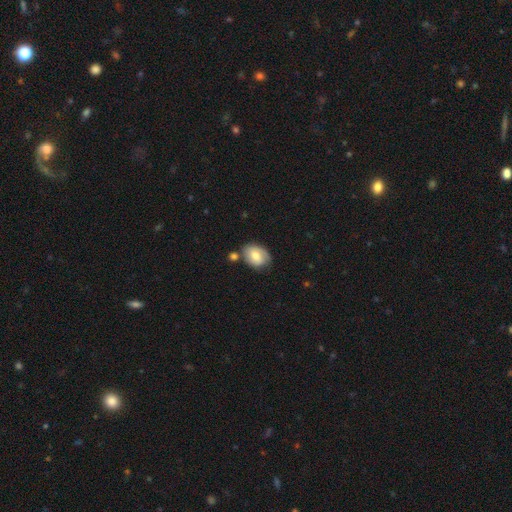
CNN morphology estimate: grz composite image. It shows a smooth galaxy with no disk features (64%) that is in between round and cigar-shaped (70%). Merging: none (62%).